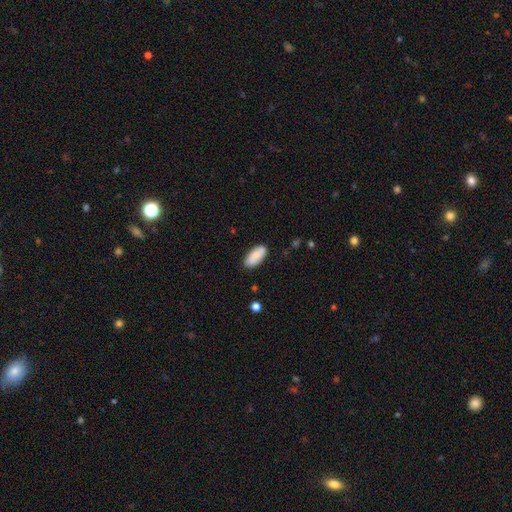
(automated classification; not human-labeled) Morphology: type=smooth (87%); roundness=in between (90%); merging=none (84%).